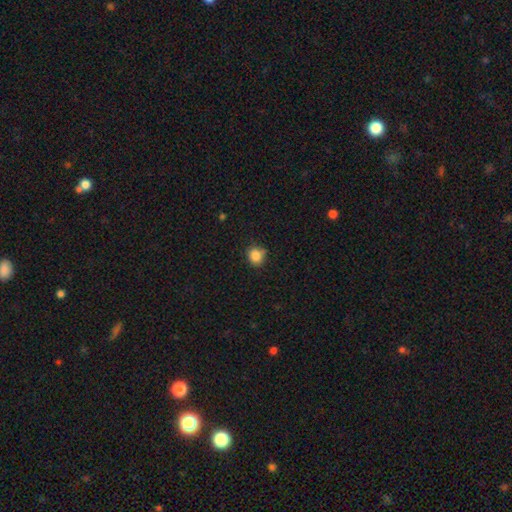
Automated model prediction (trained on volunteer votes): Smooth or featured?
  - smooth: 85% *
  - star or artifact: 11%
  - featured or disk: 5%
How rounded?
  - round: 85% *
  - in between: 14%
  - cigar-shaped: 1%
Merging?
  - none: 78% *
  - minor disturbance: 17%
  - major disturbance: 3%
  - merger: 2%